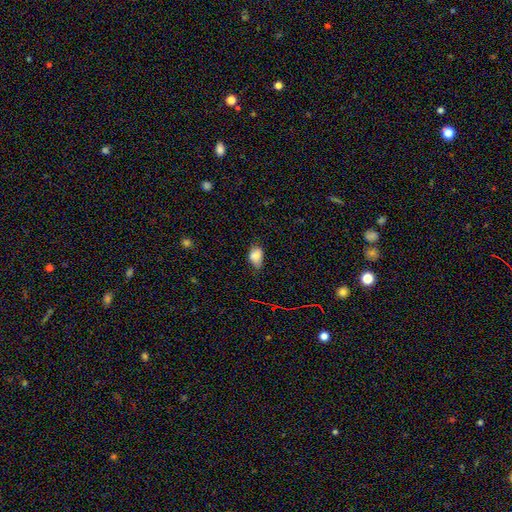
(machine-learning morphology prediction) A smooth galaxy with no disk features (81%) that is in between round and cigar-shaped (84%).

Vote fractions:
- Smooth or featured? smooth: 81% / star or artifact: 11% / featured or disk: 8%
- How rounded? in between: 84% / round: 14% / cigar-shaped: 2%
- Merging? none: 53% / minor disturbance: 36% / major disturbance: 9% / merger: 3%